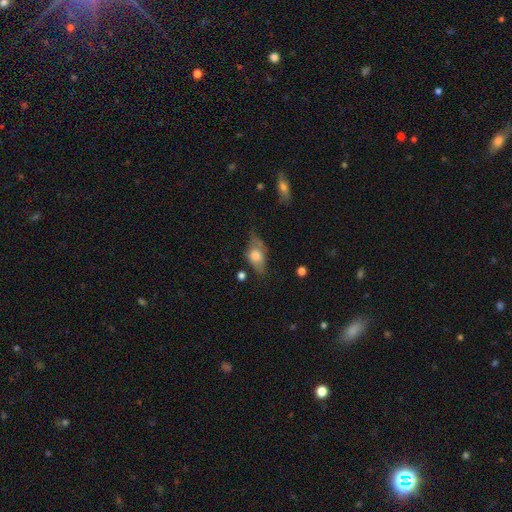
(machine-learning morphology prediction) Smooth or featured? smooth (61%)
How rounded? in between (81%)
Merging? none (43%)